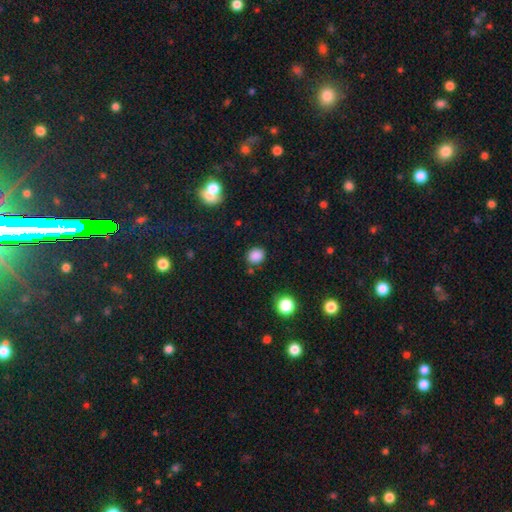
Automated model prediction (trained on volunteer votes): A smooth galaxy with no disk features (86%) that is round (69%).

Vote fractions:
- Smooth or featured? smooth: 86% / star or artifact: 11% / featured or disk: 3%
- How rounded? round: 69% / in between: 30% / cigar-shaped: 1%
- Merging? none: 81% / minor disturbance: 12% / merger: 4% / major disturbance: 3%